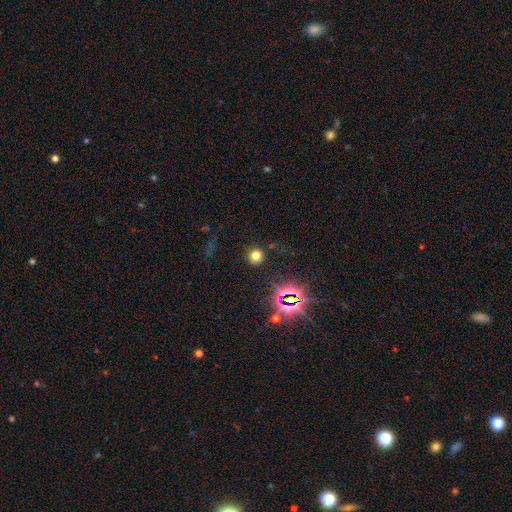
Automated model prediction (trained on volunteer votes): Smooth or featured? Predicted: smooth (p=0.70). How rounded? Predicted: round (p=0.92). Merging? Predicted: none (p=0.88).